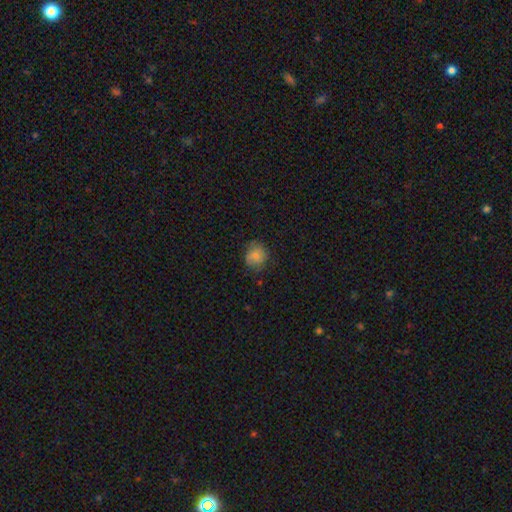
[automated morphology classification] Smooth or featured: smooth — 80% (featured or disk — 10%)
How rounded: round — 80% (in between — 19%)
Merging: none — 73% (minor disturbance — 20%)